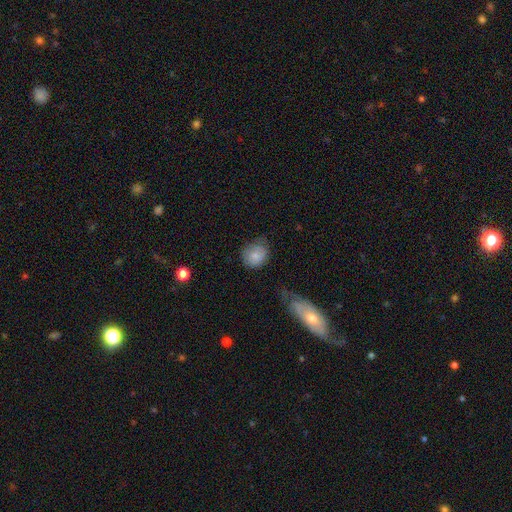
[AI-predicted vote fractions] Smooth or featured?
  - smooth: 80% *
  - featured or disk: 12%
  - star or artifact: 8%
How rounded?
  - round: 76% *
  - in between: 23%
  - cigar-shaped: 1%
Merging?
  - none: 61% *
  - minor disturbance: 28%
  - major disturbance: 9%
  - merger: 3%